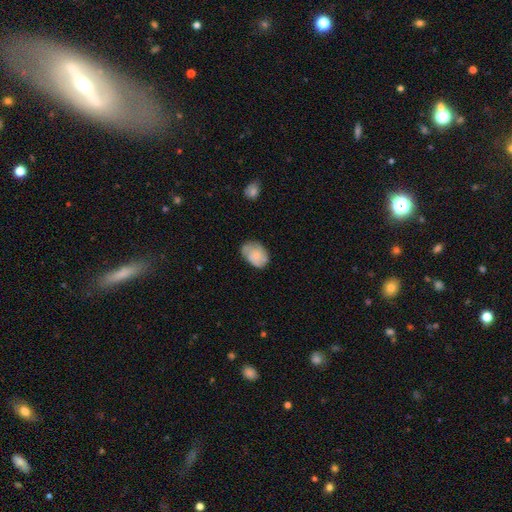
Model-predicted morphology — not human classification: smooth_or_featured: smooth (p=0.65) [alt: featured or disk p=0.28]
how_rounded: in between (p=0.80) [alt: round p=0.19]
merging: none (p=0.62) [alt: minor disturbance p=0.29]